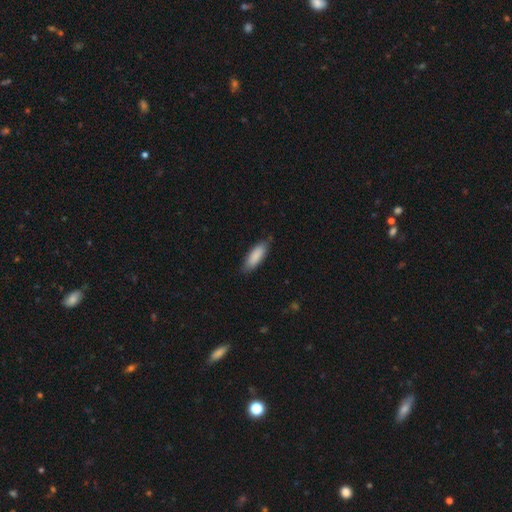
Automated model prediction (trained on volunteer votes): Q: Smooth or featured?
A: smooth (87%); runner-up: featured or disk (7%)
Q: How rounded?
A: in between (60%); runner-up: cigar-shaped (38%)
Q: Merging?
A: none (81%); runner-up: minor disturbance (15%)